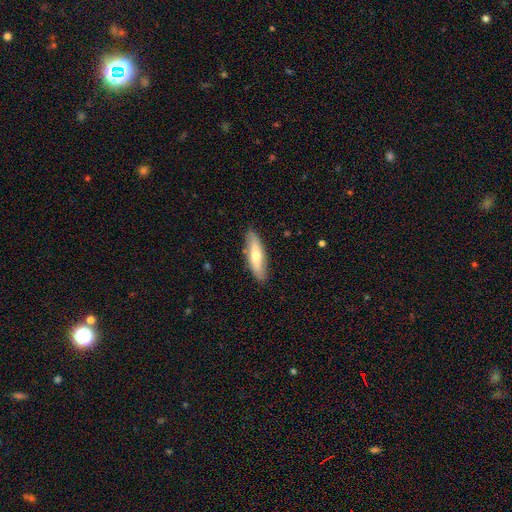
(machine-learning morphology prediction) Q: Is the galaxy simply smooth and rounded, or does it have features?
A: smooth — 61%.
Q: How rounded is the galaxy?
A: cigar-shaped — 55%.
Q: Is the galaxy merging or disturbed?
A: none — 85%.